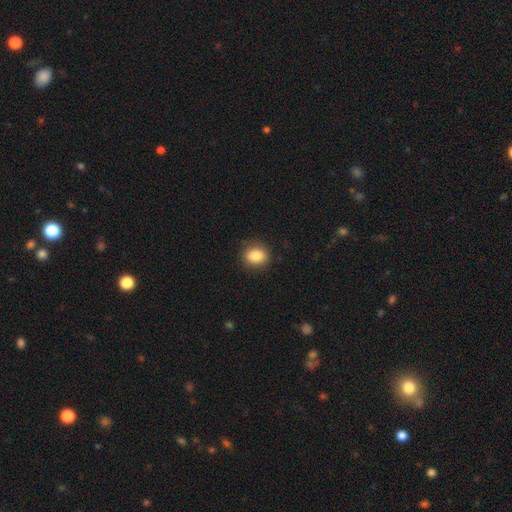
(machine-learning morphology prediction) This appears to be a smooth galaxy with no disk features (85%) that is round (56%). Merging: none (87%).